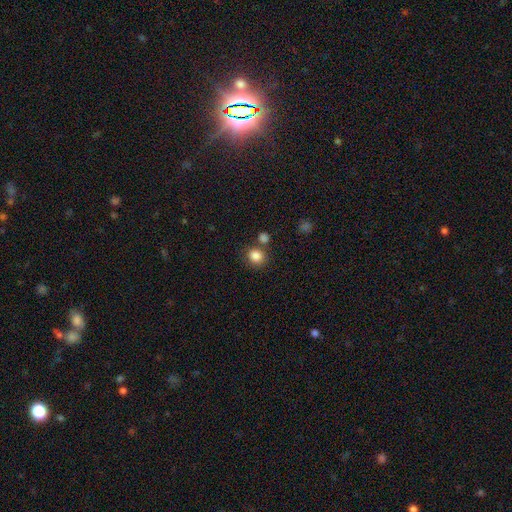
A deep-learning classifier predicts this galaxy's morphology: Smooth or featured? smooth (85%)
How rounded? round (80%)
Merging? none (69%)